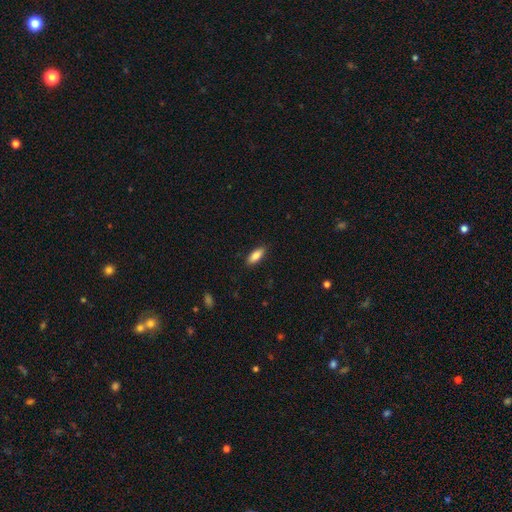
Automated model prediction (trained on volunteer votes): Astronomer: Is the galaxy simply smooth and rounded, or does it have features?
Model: smooth — 85%.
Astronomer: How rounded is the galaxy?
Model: in between — 73%.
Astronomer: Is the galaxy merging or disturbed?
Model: none — 88%.